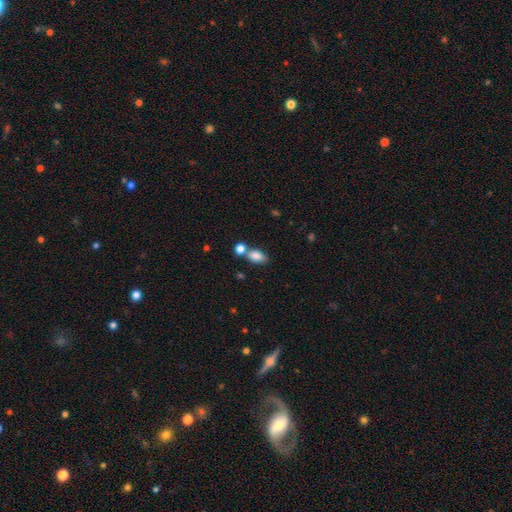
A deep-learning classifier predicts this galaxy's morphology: A smooth galaxy with no disk features (84%) that is in between round and cigar-shaped (88%). Merging: none (53%).